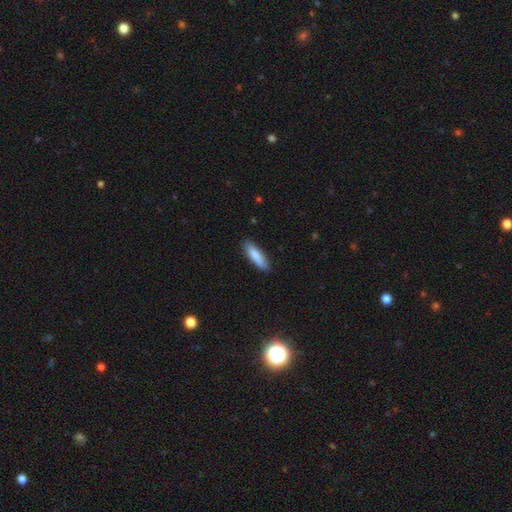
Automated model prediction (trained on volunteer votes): A smooth galaxy with no disk features (84%) that is cigar-shaped (64%).

Vote fractions:
- Smooth or featured? smooth: 84% / featured or disk: 10% / star or artifact: 6%
- How rounded? cigar-shaped: 64% / in between: 35% / round: 1%
- Merging? none: 85% / minor disturbance: 11% / major disturbance: 2% / merger: 1%